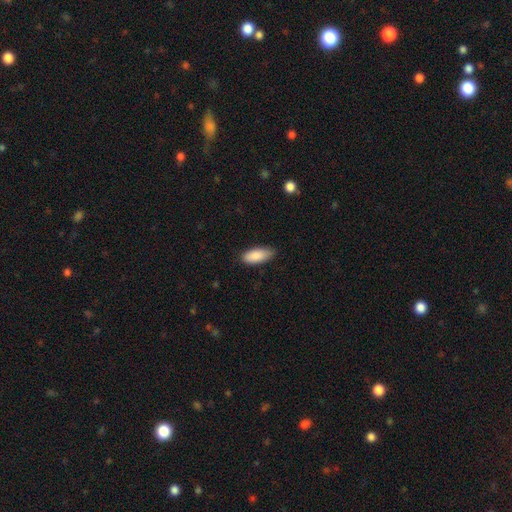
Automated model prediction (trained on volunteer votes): Q: Smooth or featured?
A: smooth (89%); runner-up: star or artifact (6%)
Q: How rounded?
A: in between (84%); runner-up: cigar-shaped (14%)
Q: Merging?
A: none (80%); runner-up: minor disturbance (17%)